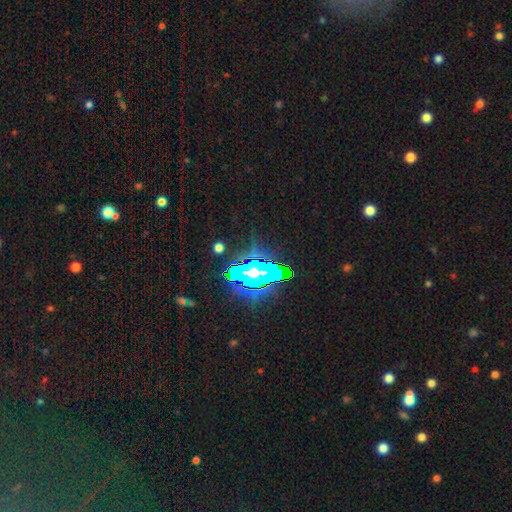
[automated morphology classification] smooth_or_featured: star or artifact (p=0.81) [alt: smooth p=0.10]